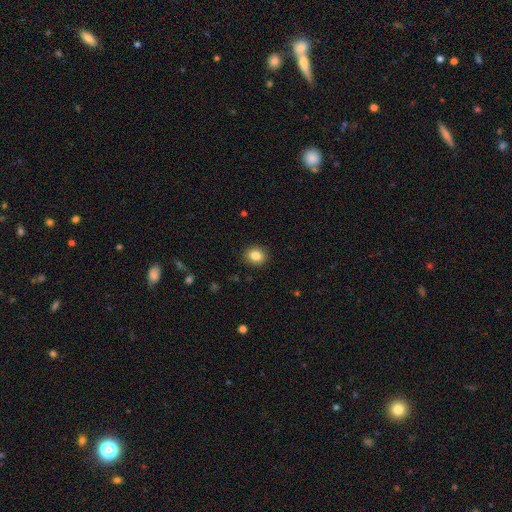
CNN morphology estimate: Q: Smooth or featured?
A: smooth (84%); runner-up: star or artifact (10%)
Q: How rounded?
A: round (65%); runner-up: in between (35%)
Q: Merging?
A: none (91%); runner-up: minor disturbance (6%)